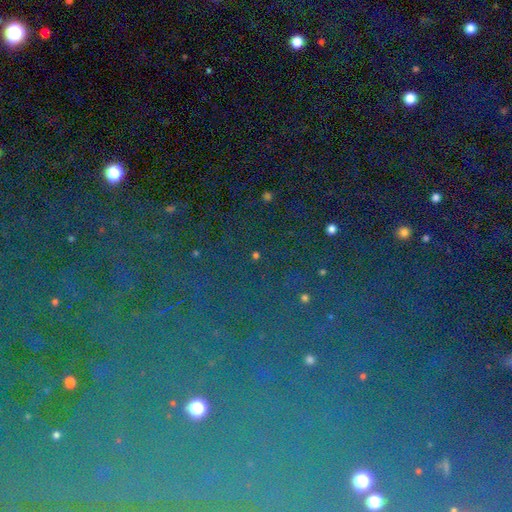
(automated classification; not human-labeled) Q: Smooth or featured?
A: star or artifact (75%); runner-up: smooth (16%)